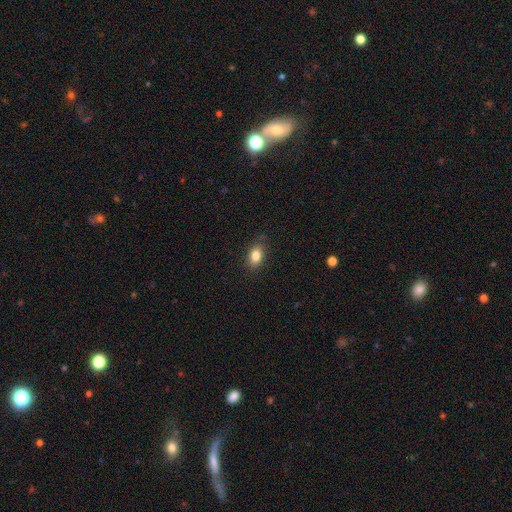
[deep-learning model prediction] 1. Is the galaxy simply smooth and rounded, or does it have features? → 83% smooth, 9% star or artifact, 8% featured or disk.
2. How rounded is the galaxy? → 83% in between, 15% round, 2% cigar-shaped.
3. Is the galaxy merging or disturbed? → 83% none, 13% minor disturbance, 3% major disturbance, 1% merger.